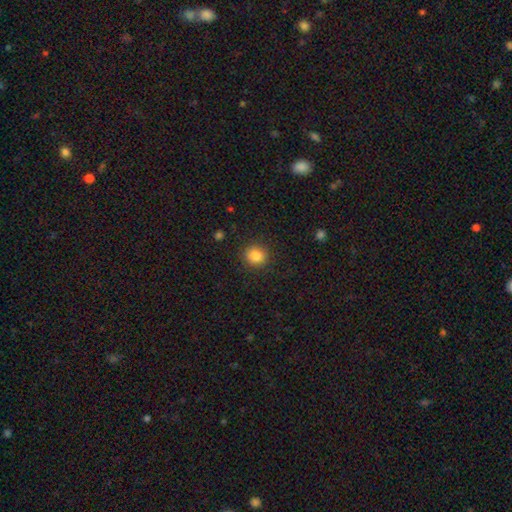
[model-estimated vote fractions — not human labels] Smooth or featured?
  - smooth: 85% *
  - star or artifact: 10%
  - featured or disk: 5%
How rounded?
  - round: 84% *
  - in between: 15%
  - cigar-shaped: 1%
Merging?
  - none: 89% *
  - minor disturbance: 7%
  - major disturbance: 3%
  - merger: 1%